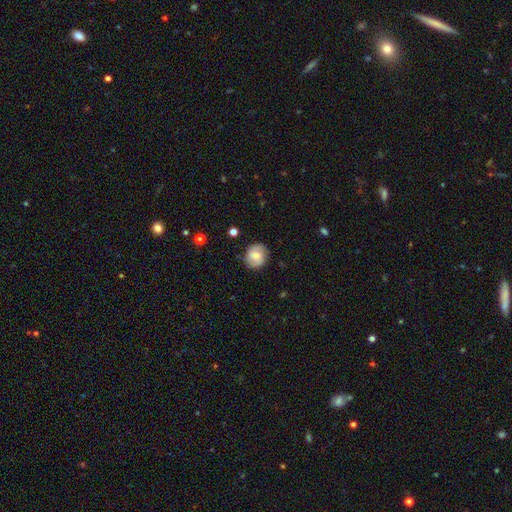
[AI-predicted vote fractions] smooth-or-featured: smooth: 59% | featured or disk: 33% | star or artifact: 8%
  how-rounded: round: 79% | in between: 20% | cigar-shaped: 1%
  merging: none: 83% | minor disturbance: 12% | major disturbance: 3% | merger: 1%